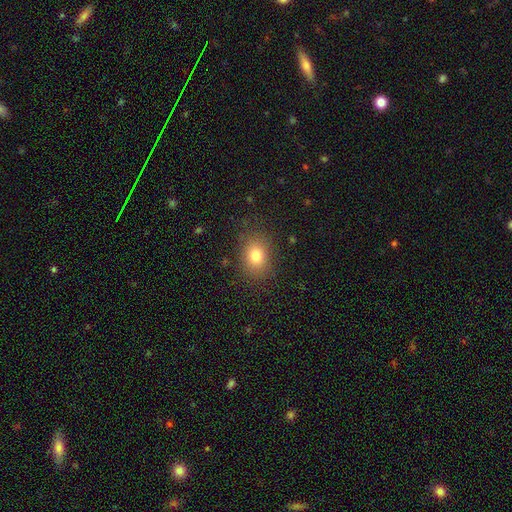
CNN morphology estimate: Overall: smooth (79%). How rounded: in between (54%; round 45%). Merging: none (84%).